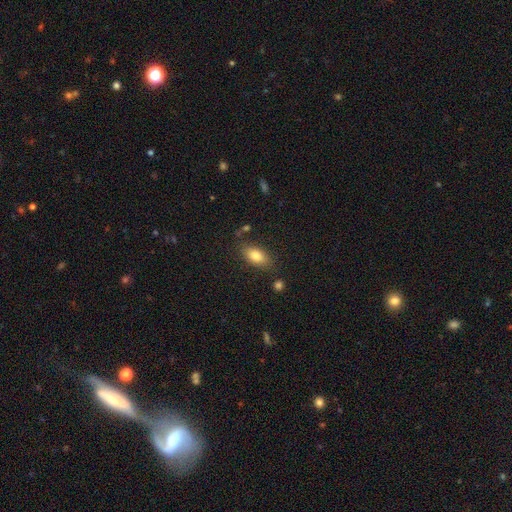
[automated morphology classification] Smooth or featured?
  - smooth: 81% *
  - featured or disk: 11%
  - star or artifact: 8%
How rounded?
  - in between: 89% *
  - round: 7%
  - cigar-shaped: 5%
Merging?
  - none: 79% *
  - minor disturbance: 13%
  - merger: 4%
  - major disturbance: 4%